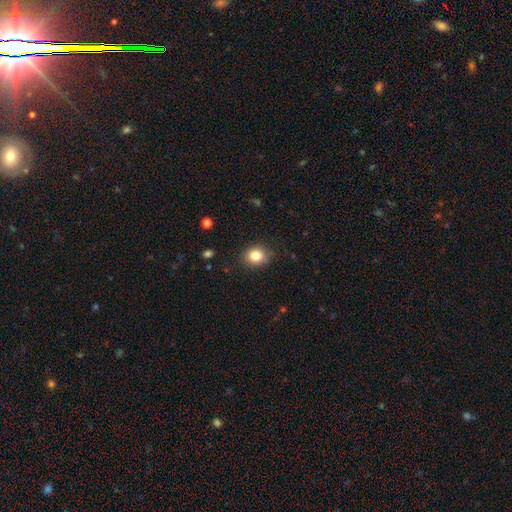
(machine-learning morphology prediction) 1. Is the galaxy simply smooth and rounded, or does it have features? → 83% smooth, 10% star or artifact, 7% featured or disk.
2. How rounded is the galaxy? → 65% round, 35% in between, 1% cigar-shaped.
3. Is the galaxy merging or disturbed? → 81% none, 15% minor disturbance, 3% major disturbance, 1% merger.